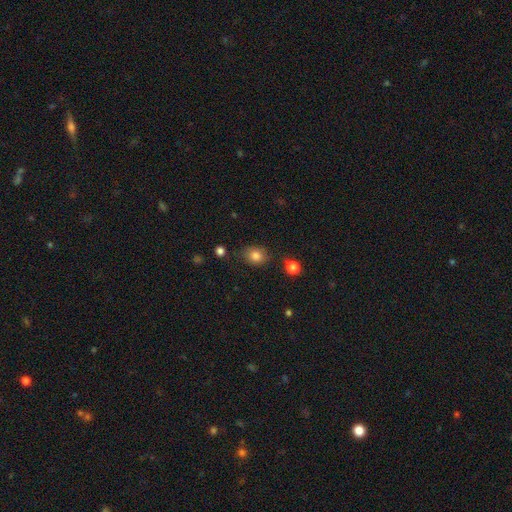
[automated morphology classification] smooth-or-featured: smooth: 83% | star or artifact: 11% | featured or disk: 6%
  how-rounded: round: 60% | in between: 39% | cigar-shaped: 1%
  merging: none: 76% | minor disturbance: 17% | major disturbance: 4% | merger: 3%